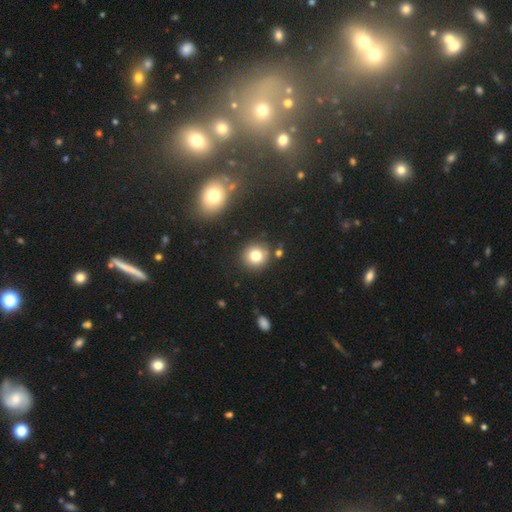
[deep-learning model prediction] smooth-or-featured: smooth: 78% | star or artifact: 12% | featured or disk: 10%
  how-rounded: round: 91% | in between: 8% | cigar-shaped: 1%
  merging: none: 84% | minor disturbance: 8% | merger: 5% | major disturbance: 3%